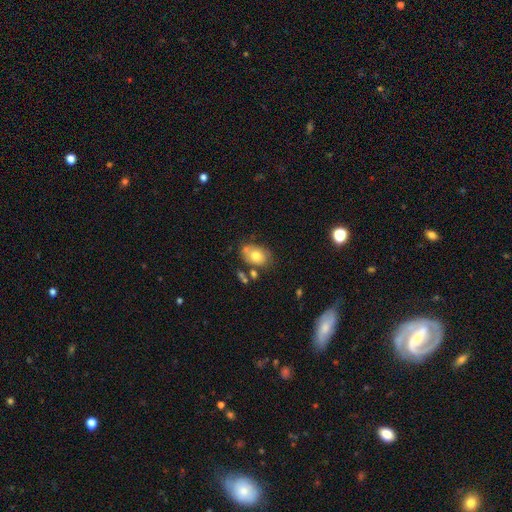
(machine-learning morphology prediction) A smooth galaxy with no disk features (73%) that is in between round and cigar-shaped (69%). Merging: none (61%).